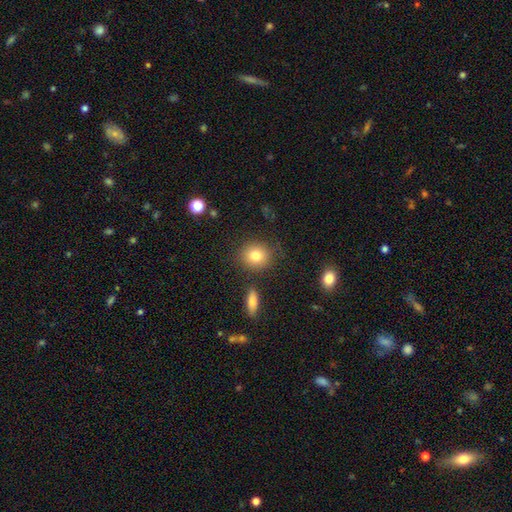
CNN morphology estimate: A smooth galaxy with no disk features (82%) that is round (81%). Merging: none (83%).